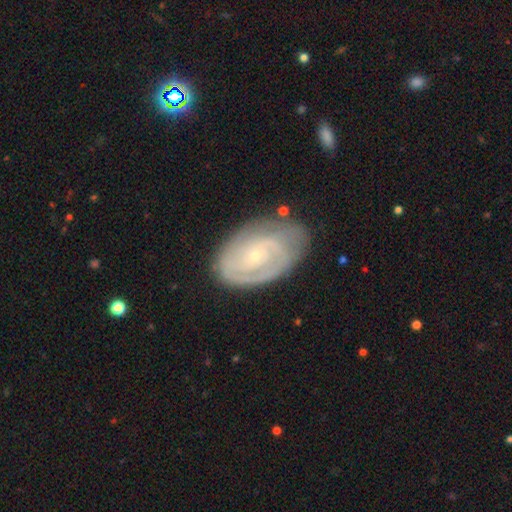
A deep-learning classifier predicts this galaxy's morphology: This is clearly a featured or disk galaxy (84%). It is clearly not viewed edge-on (97%). Bar: likely no (68%). Spiral arm pattern: clearly yes (94%). Spiral arm count: possibly 2 (46%). Spiral winding: likely tight (66%). Central bulge: clearly small (86%). Merging: likely none (71%).